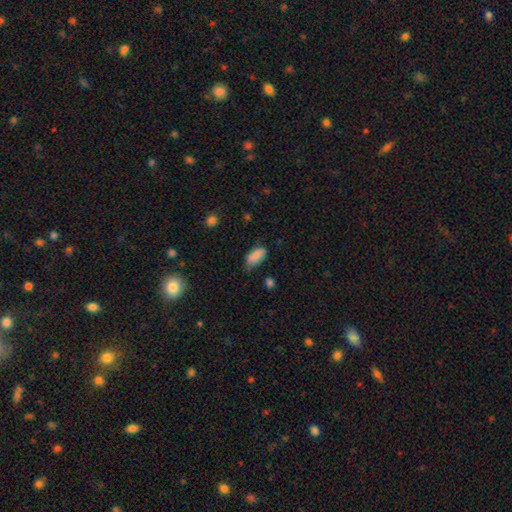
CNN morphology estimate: Smooth or featured? smooth (86%)
How rounded? in between (91%)
Merging? none (60%)